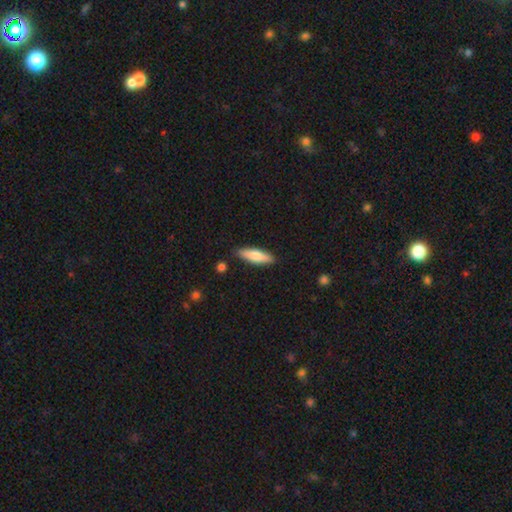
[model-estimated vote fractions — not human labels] Smooth or featured?
  - smooth: 72% *
  - featured or disk: 23%
  - star or artifact: 6%
How rounded?
  - cigar-shaped: 60% *
  - in between: 38%
  - round: 2%
Merging?
  - none: 86% *
  - minor disturbance: 10%
  - merger: 2%
  - major disturbance: 2%